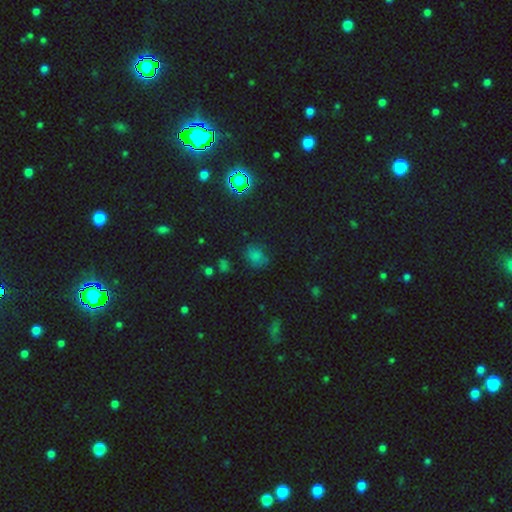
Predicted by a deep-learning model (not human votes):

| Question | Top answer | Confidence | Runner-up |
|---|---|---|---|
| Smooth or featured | smooth | 60% | star or artifact (30%) |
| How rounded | in between | 54% | round (45%) |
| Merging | none | 64% | minor disturbance (23%) |